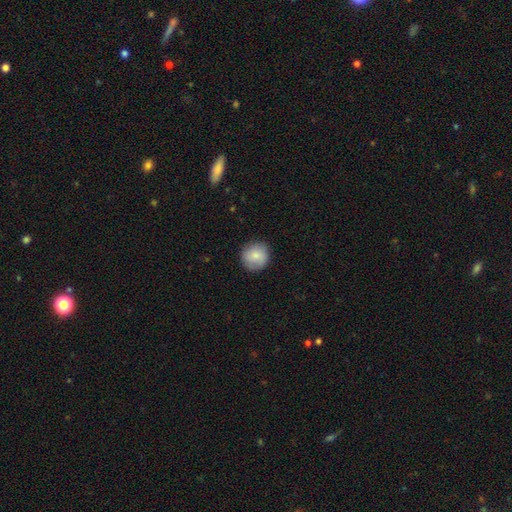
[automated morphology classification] Overall: smooth (82%). How rounded: round (91%). Merging: none (87%).